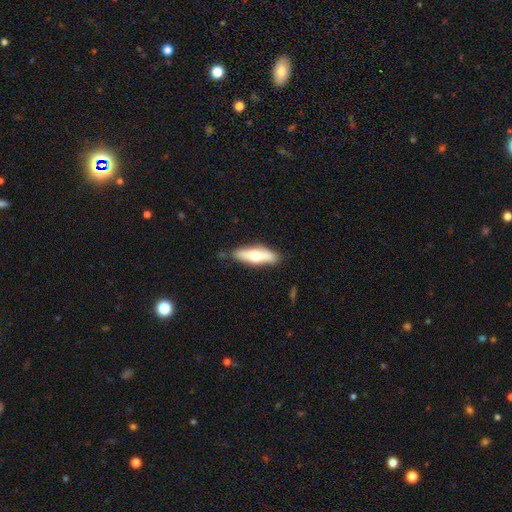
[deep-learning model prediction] Smooth or featured?
  - smooth: 55% *
  - featured or disk: 40%
  - star or artifact: 6%
How rounded?
  - in between: 52% *
  - cigar-shaped: 46%
  - round: 2%
Merging?
  - none: 79% *
  - minor disturbance: 15%
  - major disturbance: 3%
  - merger: 3%